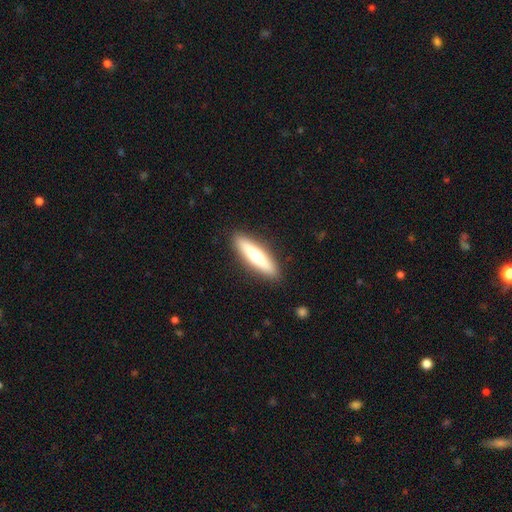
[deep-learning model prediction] smooth 62%, featured or disk 32%, star or artifact 5%. Down the decision tree: how rounded — cigar-shaped (81%); merging — none (90%).